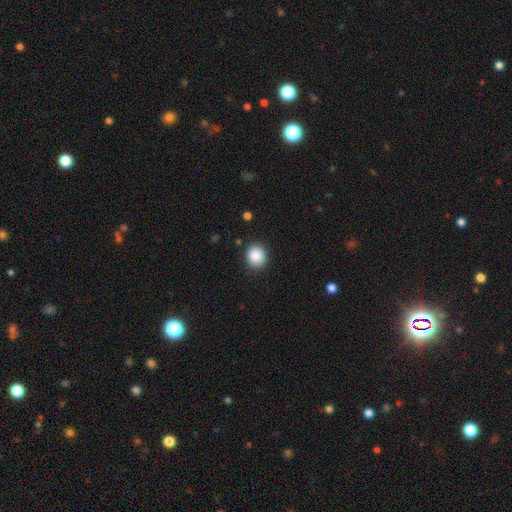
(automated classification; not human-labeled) smooth 88%, star or artifact 8%, featured or disk 4%. Down the decision tree: how rounded — round (81%); merging — none (89%).